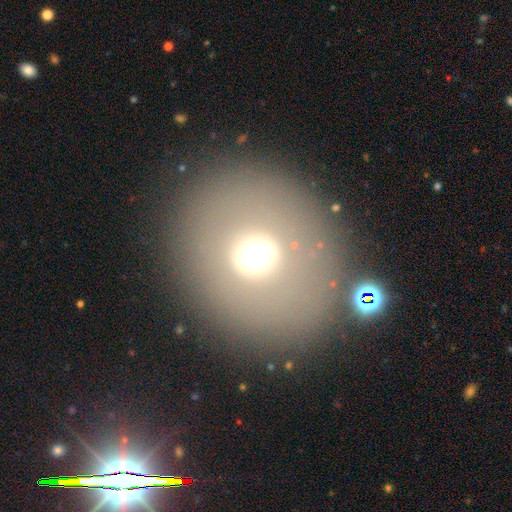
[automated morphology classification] A smooth galaxy with no disk features (57%) that is round (76%).

Vote fractions:
- Smooth or featured? smooth: 57% / featured or disk: 24% / star or artifact: 18%
- How rounded? round: 76% / in between: 23% / cigar-shaped: 2%
- Merging? none: 82% / minor disturbance: 8% / major disturbance: 5% / merger: 4%